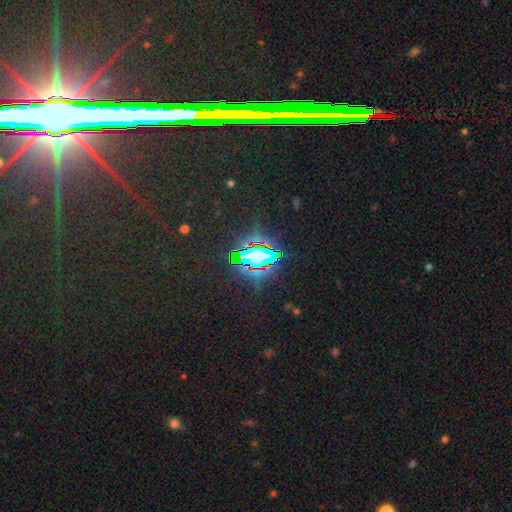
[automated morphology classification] A star or artifact, not a galaxy (72%).